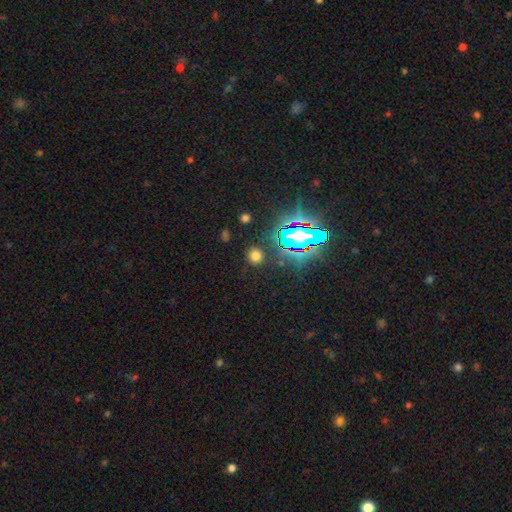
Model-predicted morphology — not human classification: smooth 65%, star or artifact 29%, featured or disk 7%. Down the decision tree: how rounded — round (82%); merging — none (87%).